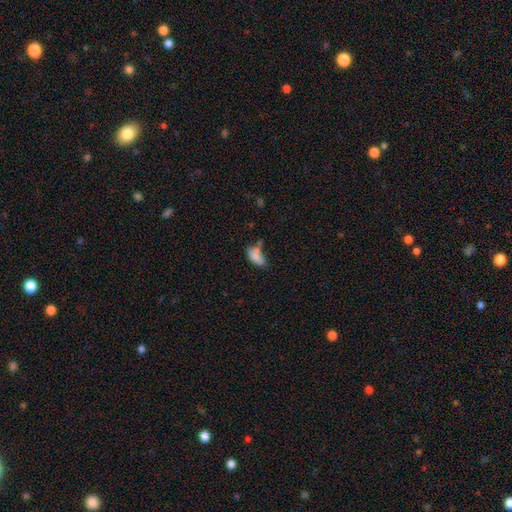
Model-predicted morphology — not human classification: smooth 77%, featured or disk 13%, star or artifact 10%. Down the decision tree: how rounded — in between (90%); merging — none (34%).